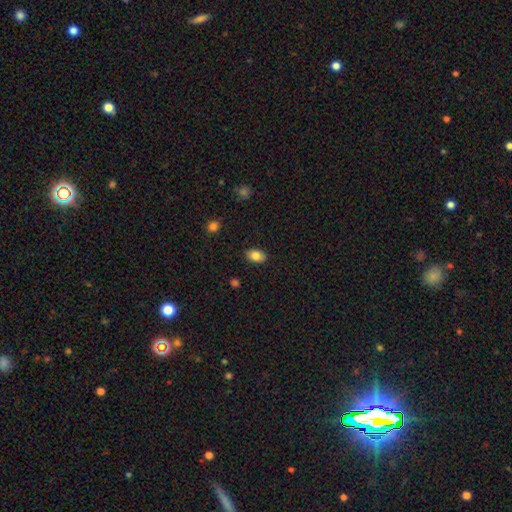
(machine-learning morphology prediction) Smooth or featured?
  - smooth: 84% *
  - featured or disk: 8%
  - star or artifact: 8%
How rounded?
  - in between: 87% *
  - round: 11%
  - cigar-shaped: 1%
Merging?
  - none: 87% *
  - minor disturbance: 10%
  - major disturbance: 2%
  - merger: 1%